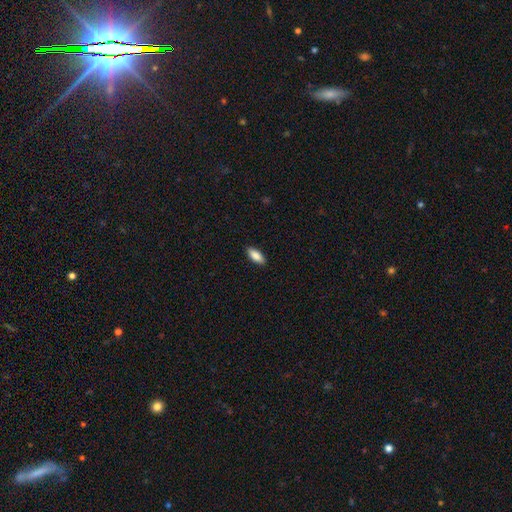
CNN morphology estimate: A smooth galaxy with no disk features (87%) that is in between round and cigar-shaped (80%).

Vote fractions:
- Smooth or featured? smooth: 87% / featured or disk: 7% / star or artifact: 6%
- How rounded? in between: 80% / cigar-shaped: 18% / round: 2%
- Merging? none: 90% / minor disturbance: 8% / major disturbance: 2% / merger: 1%